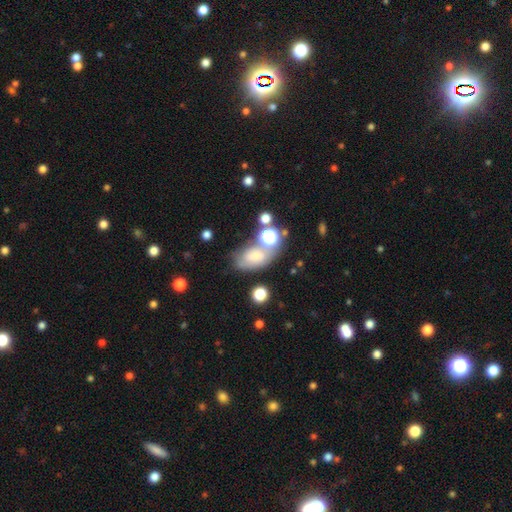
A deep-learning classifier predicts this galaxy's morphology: This appears to be a smooth galaxy with no disk features (62%) that is in between round and cigar-shaped (81%). Merging: none (44%).